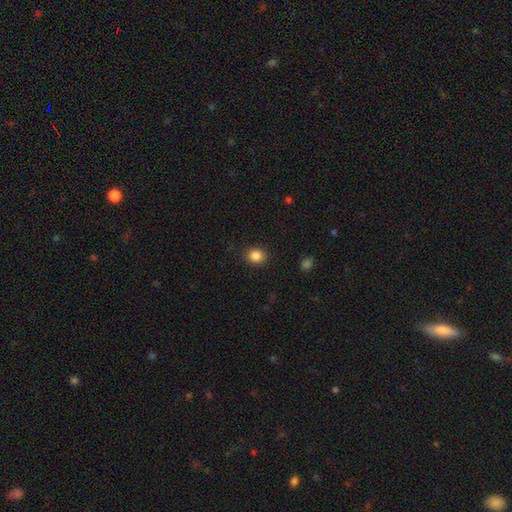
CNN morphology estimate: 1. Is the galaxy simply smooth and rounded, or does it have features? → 85% smooth, 10% star or artifact, 4% featured or disk.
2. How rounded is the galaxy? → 72% round, 28% in between, 1% cigar-shaped.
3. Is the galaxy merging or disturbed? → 89% none, 8% minor disturbance, 2% major disturbance, 1% merger.